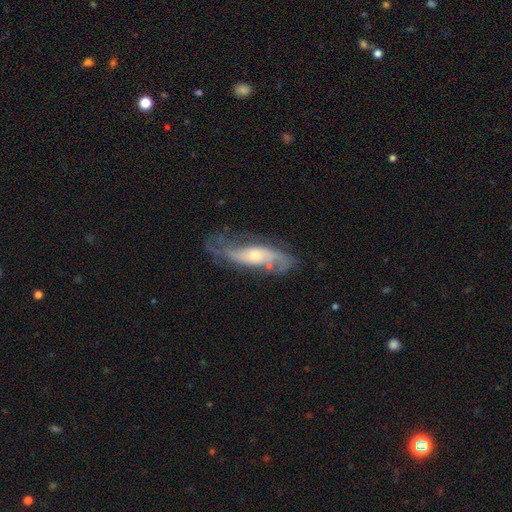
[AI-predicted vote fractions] This appears to be a featured or disk galaxy (75%) with no bar (64%), 2 (65%) loose (42%) spiral arms (88%) and a small central bulge (47%). Merging: none (57%).